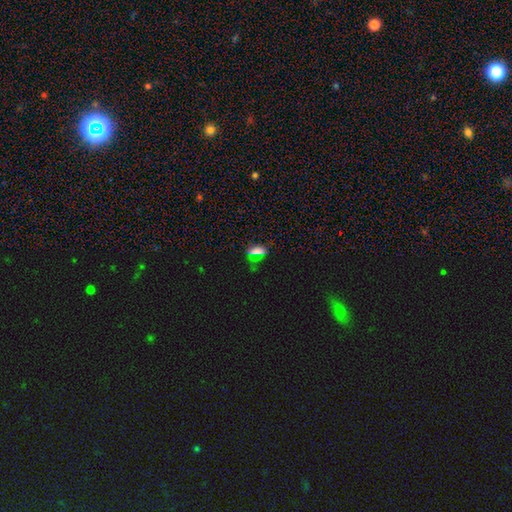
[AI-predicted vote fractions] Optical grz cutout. It shows a smooth galaxy with no disk features (46%). Merging: none (77%).